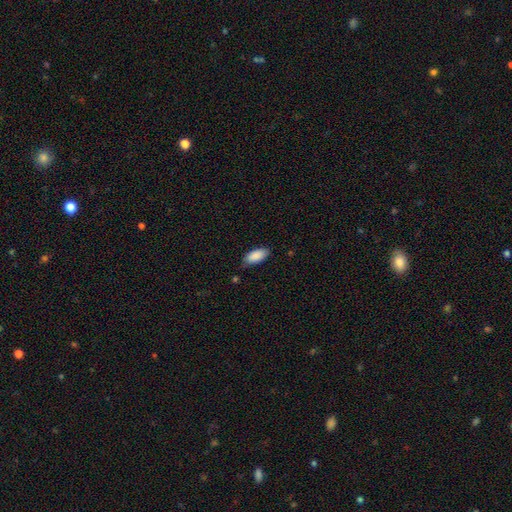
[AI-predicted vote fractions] Morphology: type=smooth (89%); roundness=in between (89%); merging=none (75%).